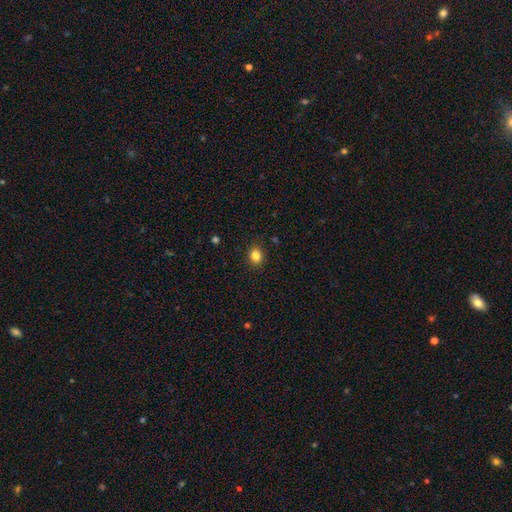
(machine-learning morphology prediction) A smooth galaxy with no disk features (84%) that is round (64%).

Vote fractions:
- Smooth or featured? smooth: 84% / star or artifact: 11% / featured or disk: 5%
- How rounded? round: 64% / in between: 35% / cigar-shaped: 1%
- Merging? none: 89% / minor disturbance: 8% / major disturbance: 2% / merger: 1%